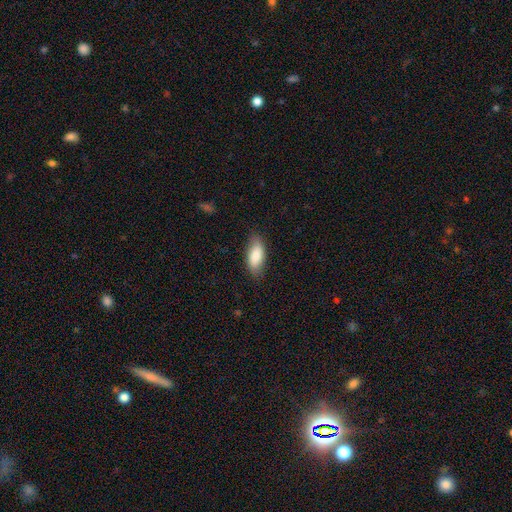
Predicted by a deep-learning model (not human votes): This is clearly a smooth galaxy (84%). How rounded: clearly in between (84%). Merging: clearly none (81%).